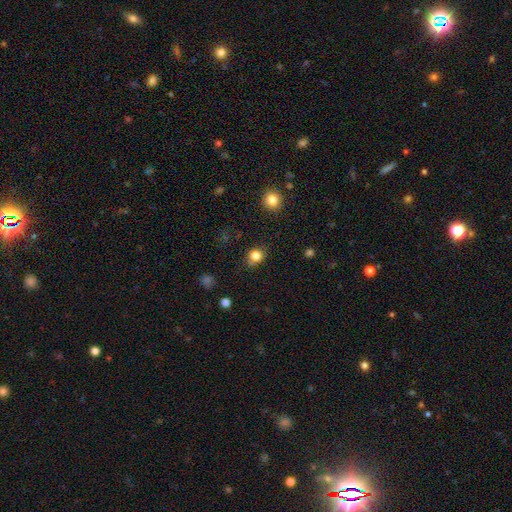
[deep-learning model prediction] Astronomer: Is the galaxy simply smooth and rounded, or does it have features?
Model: smooth — 83%.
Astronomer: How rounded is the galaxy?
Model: round — 72%.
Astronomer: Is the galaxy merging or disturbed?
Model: none — 74%.